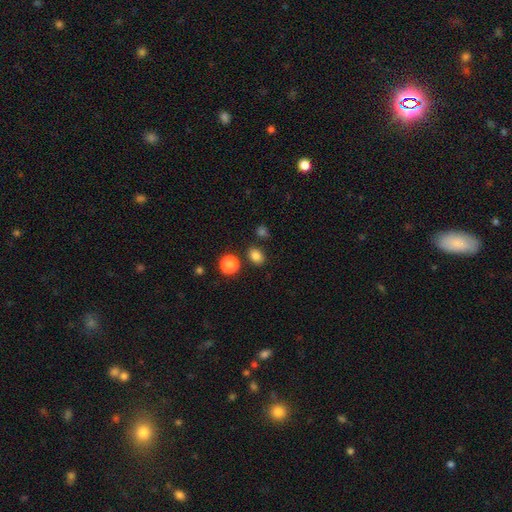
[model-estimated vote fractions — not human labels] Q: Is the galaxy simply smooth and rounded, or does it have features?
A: smooth — 82%.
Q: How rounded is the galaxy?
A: in between — 56%.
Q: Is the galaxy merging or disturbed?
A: none — 82%.